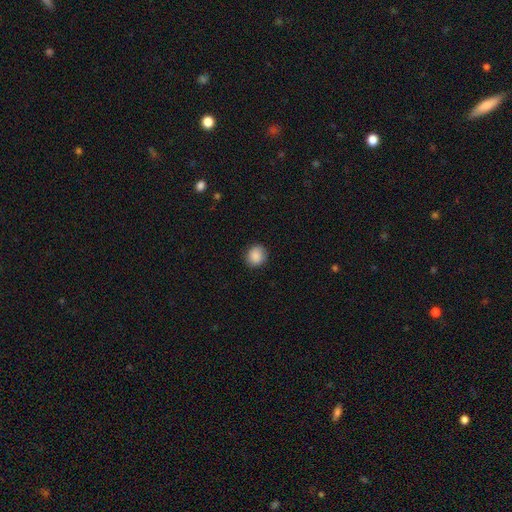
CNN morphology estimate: This is clearly a smooth galaxy (88%). How rounded: clearly round (80%). Merging: clearly none (88%).